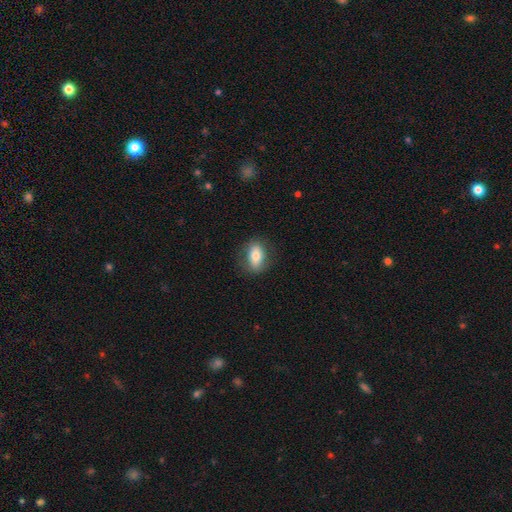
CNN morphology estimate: The model was most divided on "smooth or featured": smooth: 74%, featured or disk: 18%, star or artifact: 7%. More confident: merging — none (82%); how rounded — in between (82%).